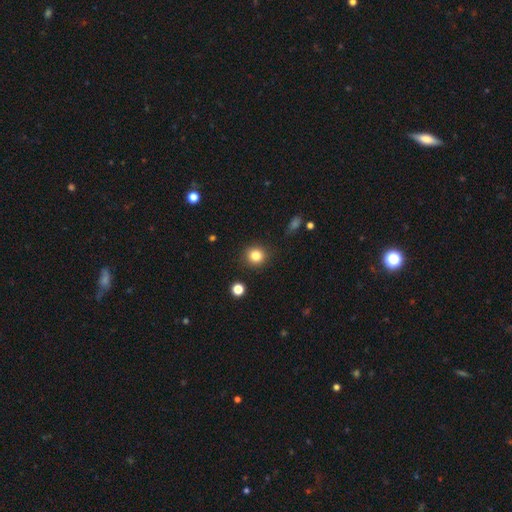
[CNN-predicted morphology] Smooth or featured? Predicted: smooth (p=0.83). How rounded? Predicted: round (p=0.90). Merging? Predicted: none (p=0.90).